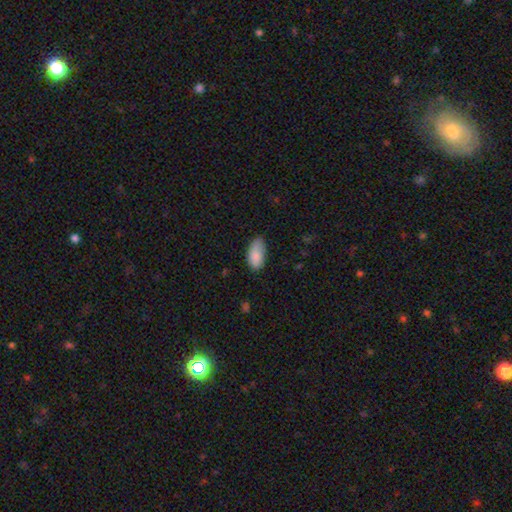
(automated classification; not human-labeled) Overall: smooth (86%). How rounded: in between (94%). Merging: none (63%; minor disturbance 30%).